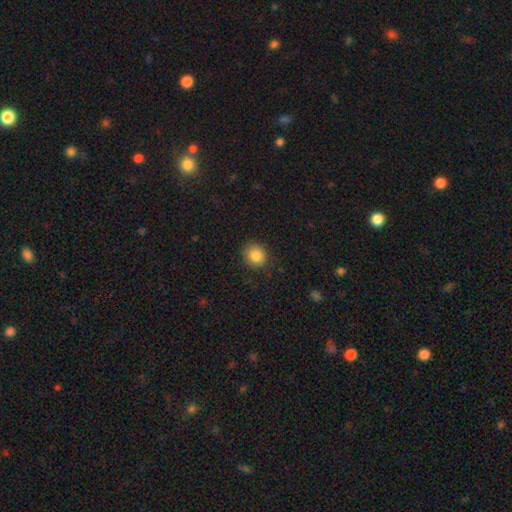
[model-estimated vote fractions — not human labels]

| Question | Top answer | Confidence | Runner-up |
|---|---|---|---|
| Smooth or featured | smooth | 84% | star or artifact (10%) |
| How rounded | round | 80% | in between (19%) |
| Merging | none | 86% | minor disturbance (10%) |